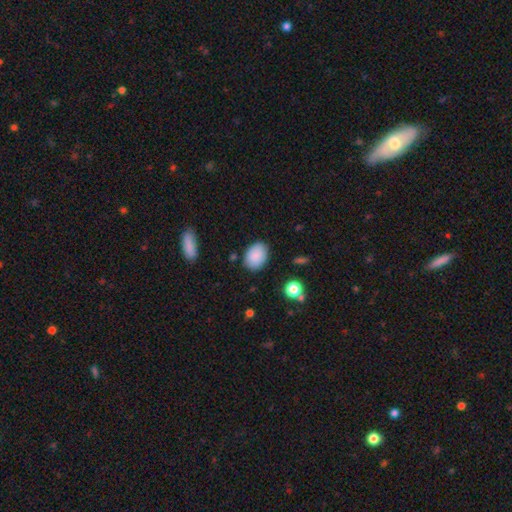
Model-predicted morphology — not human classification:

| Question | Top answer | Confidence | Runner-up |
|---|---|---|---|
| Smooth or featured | smooth | 88% | star or artifact (7%) |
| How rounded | in between | 77% | round (22%) |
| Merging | none | 83% | minor disturbance (12%) |